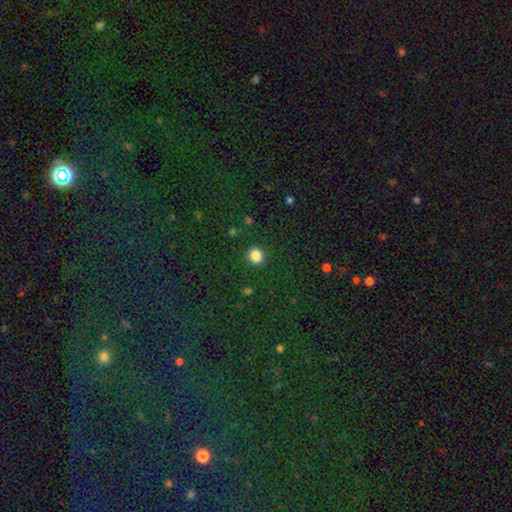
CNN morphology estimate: This appears to be a smooth galaxy with no disk features (85%) that is round (79%). Merging: none (89%).